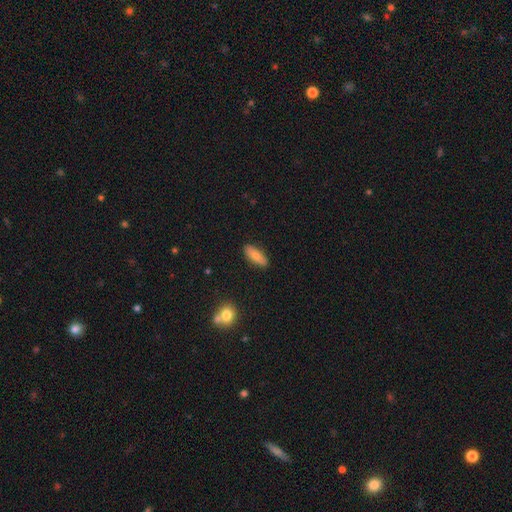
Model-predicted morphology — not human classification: A smooth galaxy with no disk features (76%) that is in between round and cigar-shaped (67%).

Vote fractions:
- Smooth or featured? smooth: 76% / featured or disk: 17% / star or artifact: 7%
- How rounded? in between: 67% / cigar-shaped: 30% / round: 3%
- Merging? none: 87% / minor disturbance: 10% / major disturbance: 2% / merger: 2%